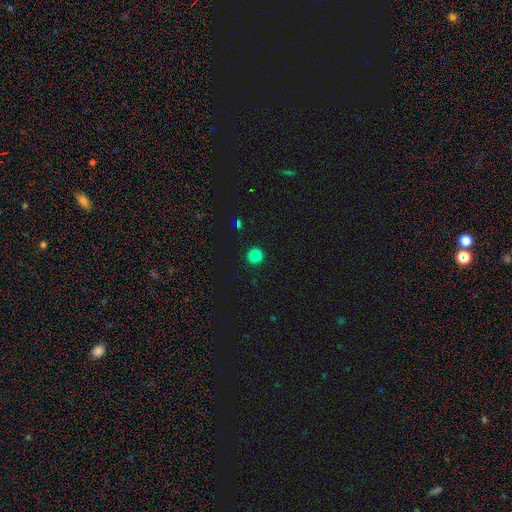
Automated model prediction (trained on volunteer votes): Smooth or featured? Predicted: smooth (p=0.84). How rounded? Predicted: round (p=0.94). Merging? Predicted: none (p=0.92).